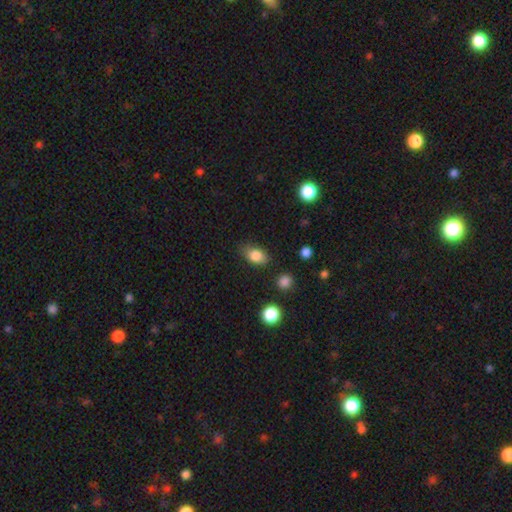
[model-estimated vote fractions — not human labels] Smooth or featured?
  - smooth: 83% *
  - star or artifact: 9%
  - featured or disk: 8%
How rounded?
  - in between: 84% *
  - round: 14%
  - cigar-shaped: 3%
Merging?
  - none: 80% *
  - minor disturbance: 15%
  - major disturbance: 3%
  - merger: 2%